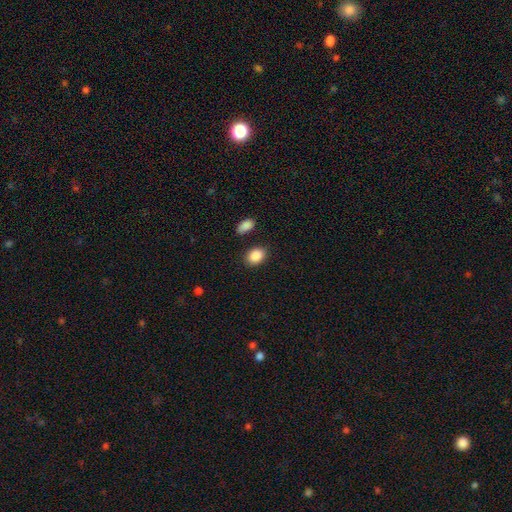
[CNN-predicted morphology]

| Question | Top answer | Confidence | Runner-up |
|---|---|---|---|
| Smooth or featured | smooth | 89% | star or artifact (7%) |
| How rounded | in between | 70% | round (29%) |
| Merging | none | 82% | minor disturbance (11%) |